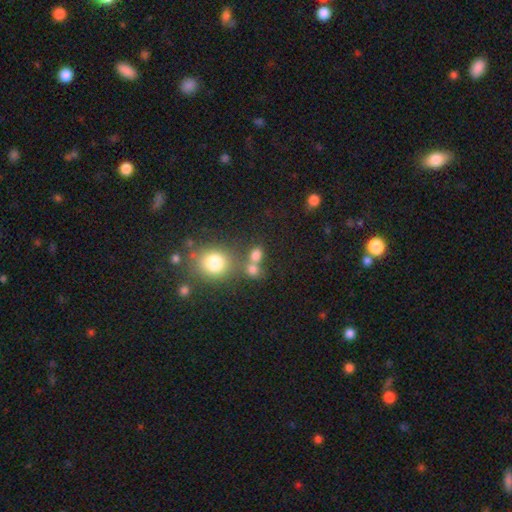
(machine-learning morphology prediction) A smooth galaxy with no disk features (76%) that is round (57%). Merging: none (50%).